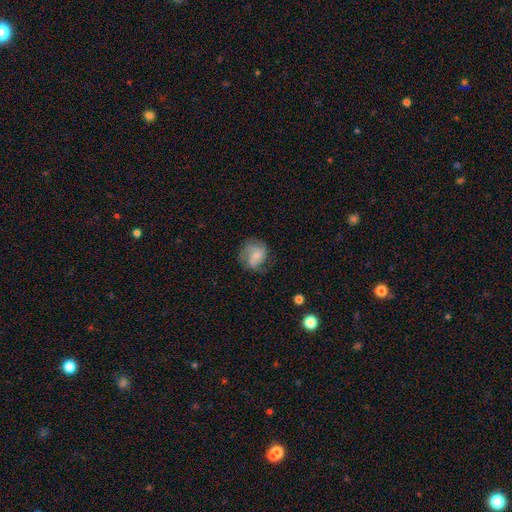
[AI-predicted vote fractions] featured or disk 48%, smooth 44%, star or artifact 8%. Down the decision tree: merging — none (57%).